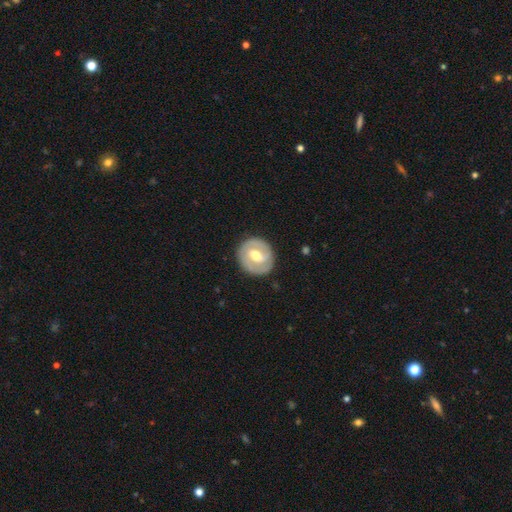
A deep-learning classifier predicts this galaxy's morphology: Smooth or featured: featured or disk — 70% (smooth — 25%)
Edge-on disk: no — 97% (yes — 3%)
Bar: weak — 50% (strong — 28%)
Spiral arms: yes — 69% (no — 31%)
Bulge size: moderate — 75% (small — 14%)
Merging: none — 86% (minor disturbance — 9%)